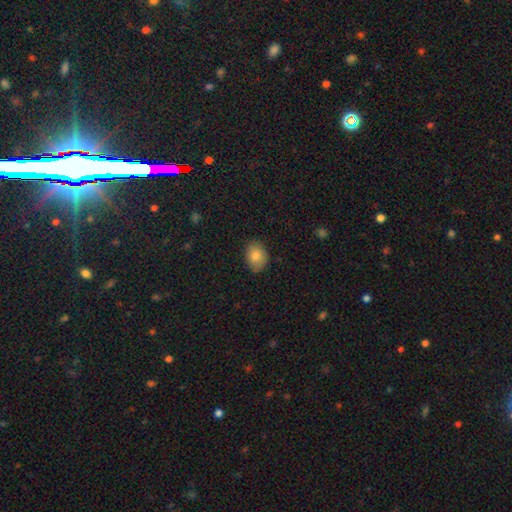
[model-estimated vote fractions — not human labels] This appears to be a smooth galaxy with no disk features (81%) that is in between round and cigar-shaped (67%). Merging: none (81%).